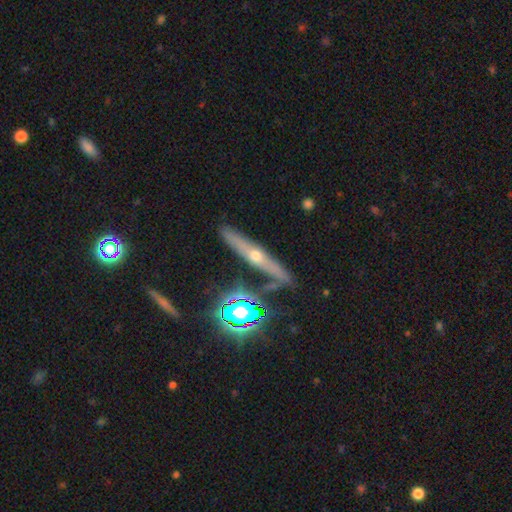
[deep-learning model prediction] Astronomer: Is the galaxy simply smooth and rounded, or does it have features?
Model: featured or disk — 61%.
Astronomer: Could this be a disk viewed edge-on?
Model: yes — 87%.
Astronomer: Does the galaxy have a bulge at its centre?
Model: rounded — 85%.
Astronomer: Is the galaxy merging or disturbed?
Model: none — 84%.